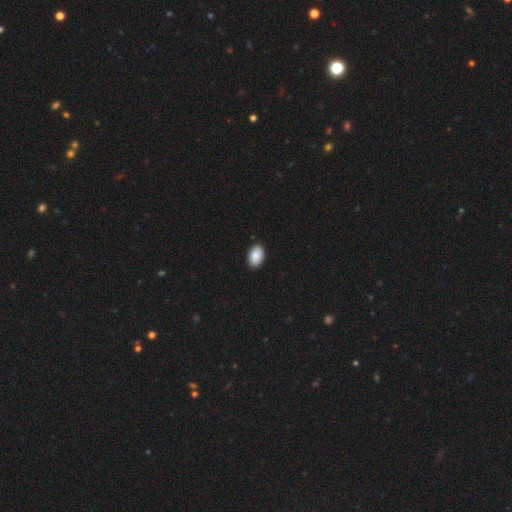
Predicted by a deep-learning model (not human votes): smooth-or-featured: smooth: 89% | star or artifact: 7% | featured or disk: 4%
  how-rounded: in between: 90% | round: 9% | cigar-shaped: 1%
  merging: none: 90% | minor disturbance: 7% | major disturbance: 2% | merger: 1%